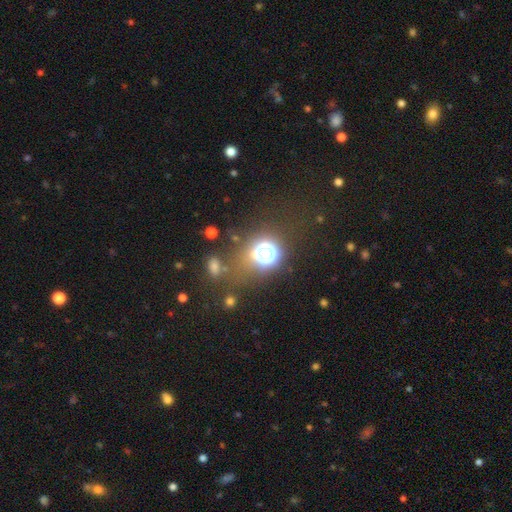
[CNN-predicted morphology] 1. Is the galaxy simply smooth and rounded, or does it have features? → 60% star or artifact, 32% smooth, 9% featured or disk.